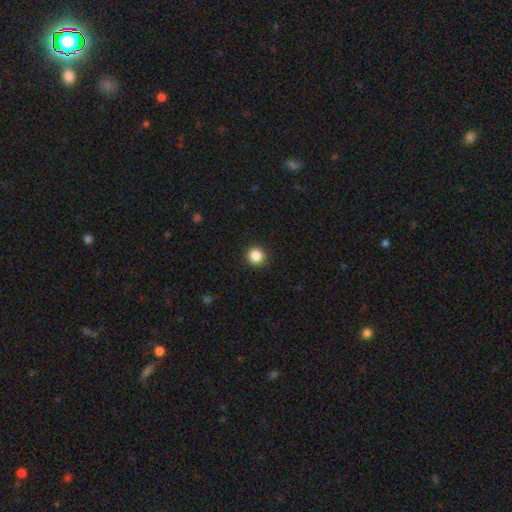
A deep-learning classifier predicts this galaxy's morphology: smooth-or-featured: smooth: 86% | star or artifact: 10% | featured or disk: 3%
  how-rounded: round: 94% | in between: 5% | cigar-shaped: 1%
  merging: none: 93% | minor disturbance: 5% | major disturbance: 2% | merger: 1%